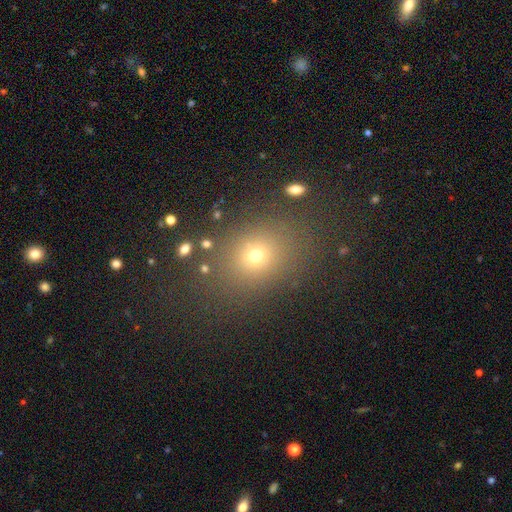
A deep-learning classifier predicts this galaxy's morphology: smooth 65%, star or artifact 25%, featured or disk 10%. Down the decision tree: how rounded — round (55%); merging — none (83%).